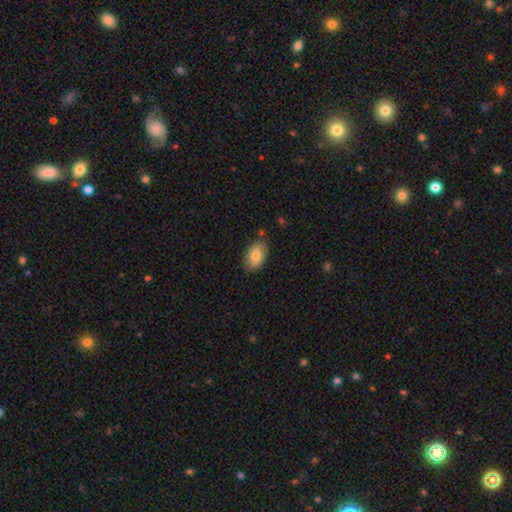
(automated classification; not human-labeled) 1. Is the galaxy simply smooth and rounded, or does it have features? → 78% smooth, 15% featured or disk, 7% star or artifact.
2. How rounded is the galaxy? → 91% in between, 7% round, 2% cigar-shaped.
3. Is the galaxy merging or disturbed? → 82% none, 14% minor disturbance, 2% major disturbance, 2% merger.